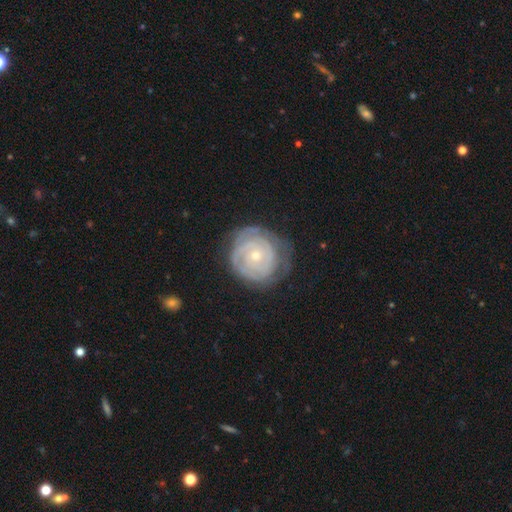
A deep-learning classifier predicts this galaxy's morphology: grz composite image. It shows a featured or disk galaxy (81%) with no bar (81%), tight (84%) spiral arms (91%) and a small central bulge (68%). Merging: none (70%).